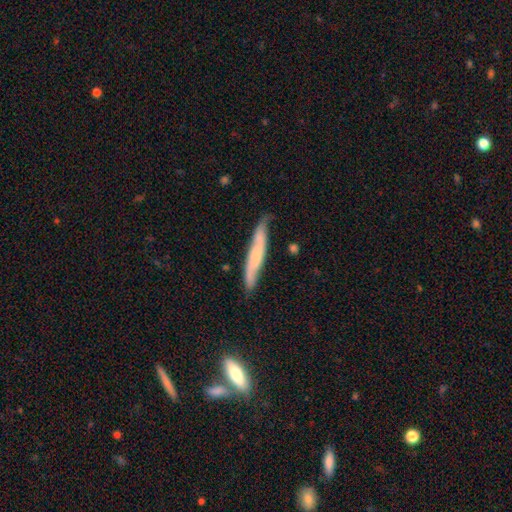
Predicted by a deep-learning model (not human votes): This appears to be a featured or disk galaxy (49%). Merging: none (73%).